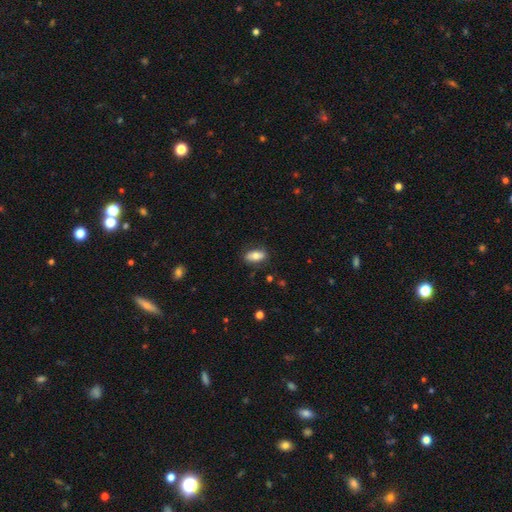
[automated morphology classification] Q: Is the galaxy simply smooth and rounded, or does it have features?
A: smooth — 73%.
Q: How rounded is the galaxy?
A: in between — 90%.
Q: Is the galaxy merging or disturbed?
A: none — 79%.